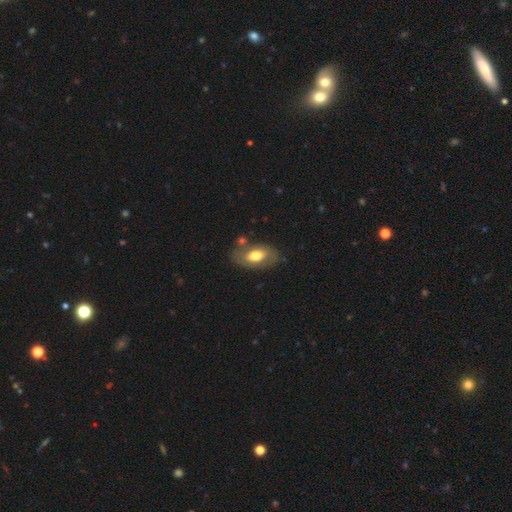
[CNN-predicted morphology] Q: Smooth or featured?
A: smooth (59%); runner-up: featured or disk (34%)
Q: How rounded?
A: in between (92%); runner-up: round (6%)
Q: Merging?
A: none (68%); runner-up: minor disturbance (18%)